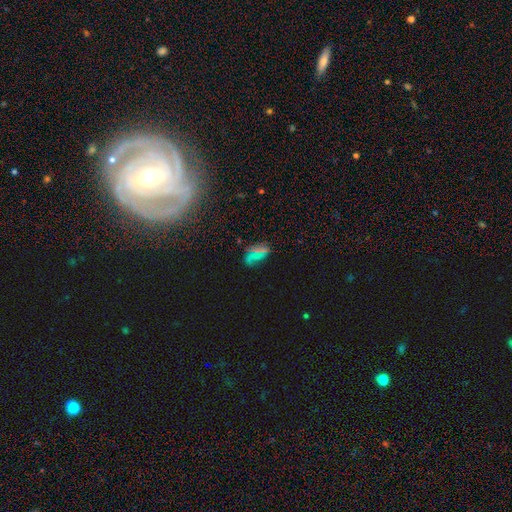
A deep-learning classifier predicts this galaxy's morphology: A star or artifact, not a galaxy (45%).